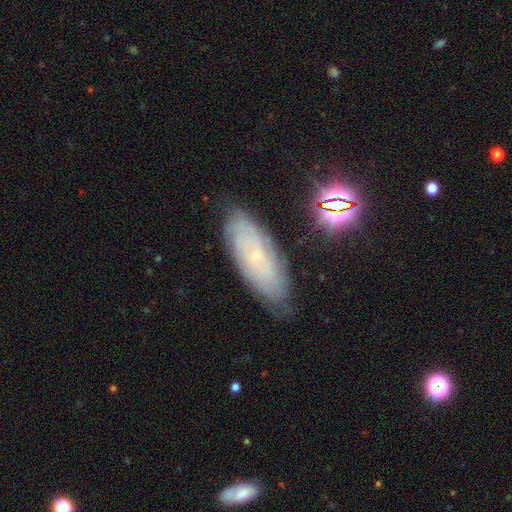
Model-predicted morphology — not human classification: featured or disk 64%, smooth 24%, star or artifact 11%. Down the decision tree: edge-on disk — no (86%); bar — no (80%); spiral arms — yes (87%); bulge size — small (86%); merging — none (78%).